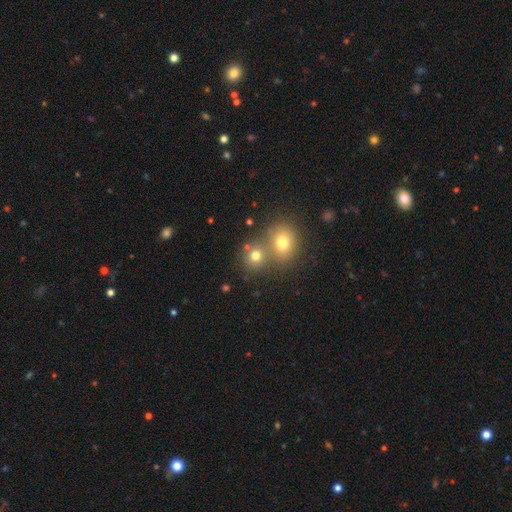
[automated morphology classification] smooth 74%, star or artifact 15%, featured or disk 11%. Down the decision tree: how rounded — round (80%); merging — none (50%).